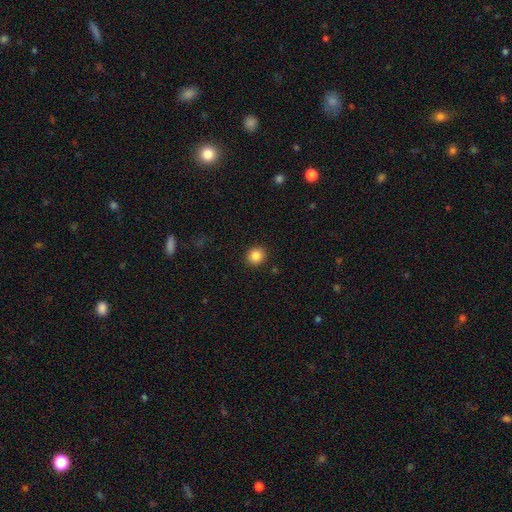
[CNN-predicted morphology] Smooth or featured: smooth — 86% (star or artifact — 10%)
How rounded: round — 87% (in between — 12%)
Merging: none — 91% (minor disturbance — 6%)